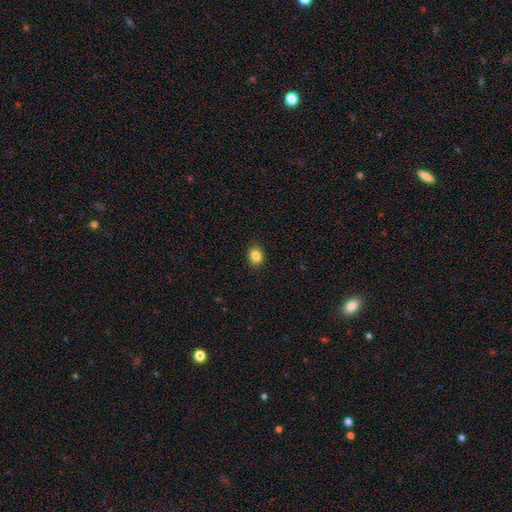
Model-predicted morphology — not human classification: smooth_or_featured: smooth (p=0.85) [alt: star or artifact p=0.11]
how_rounded: round (p=0.56) [alt: in between p=0.43]
merging: none (p=0.90) [alt: minor disturbance p=0.07]